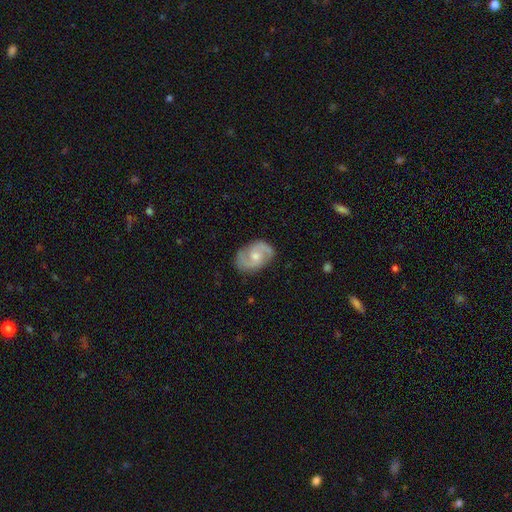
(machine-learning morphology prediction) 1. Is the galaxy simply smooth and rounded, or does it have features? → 81% featured or disk, 14% smooth, 5% star or artifact.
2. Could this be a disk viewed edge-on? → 97% no, 3% yes.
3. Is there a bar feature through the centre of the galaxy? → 55% no, 39% weak, 6% strong.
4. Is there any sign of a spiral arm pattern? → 94% yes, 6% no.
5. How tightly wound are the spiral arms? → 56% medium, 25% tight, 20% loose.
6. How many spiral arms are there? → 90% 2, 5% can't tell, 2% 1, 1% 3, 1% 4, 1% more than 4.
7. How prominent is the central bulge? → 59% moderate, 32% small, 4% large, 3% none, 1% dominant.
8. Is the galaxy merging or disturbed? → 80% none, 15% minor disturbance, 4% major disturbance, 1% merger.